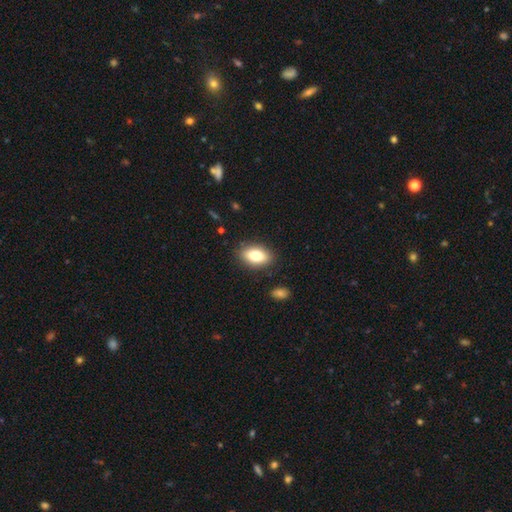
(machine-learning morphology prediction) type=smooth (80%); roundness=in between (89%); merging=none (86%).